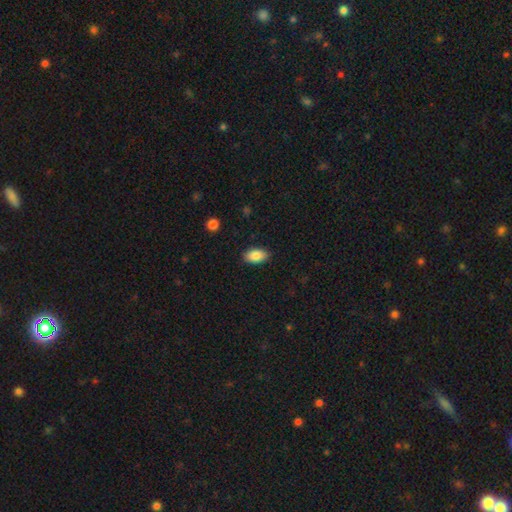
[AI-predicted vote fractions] The model was most divided on "merging": none: 88%, minor disturbance: 9%, major disturbance: 2%, merger: 1%. More confident: how rounded — in between (93%); smooth or featured — smooth (87%).